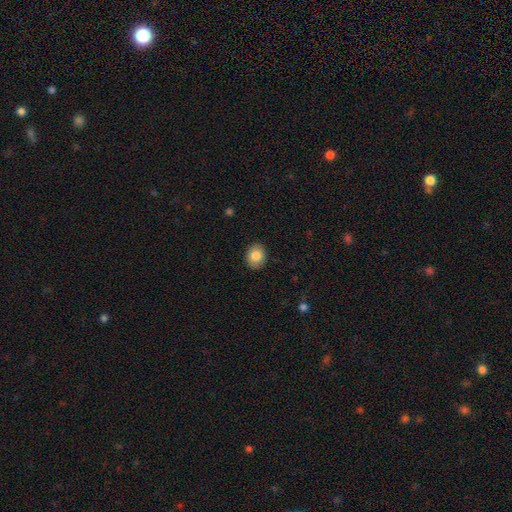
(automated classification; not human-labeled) A smooth galaxy with no disk features (83%) that is round (52%).

Vote fractions:
- Smooth or featured? smooth: 83% / featured or disk: 9% / star or artifact: 8%
- How rounded? round: 52% / in between: 47% / cigar-shaped: 1%
- Merging? none: 90% / minor disturbance: 8% / major disturbance: 2% / merger: 1%